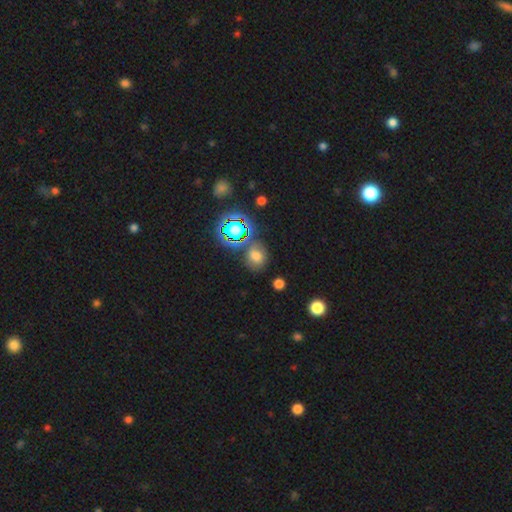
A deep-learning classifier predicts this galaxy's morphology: smooth 63%, star or artifact 27%, featured or disk 10%. Down the decision tree: how rounded — round (57%); merging — none (70%).